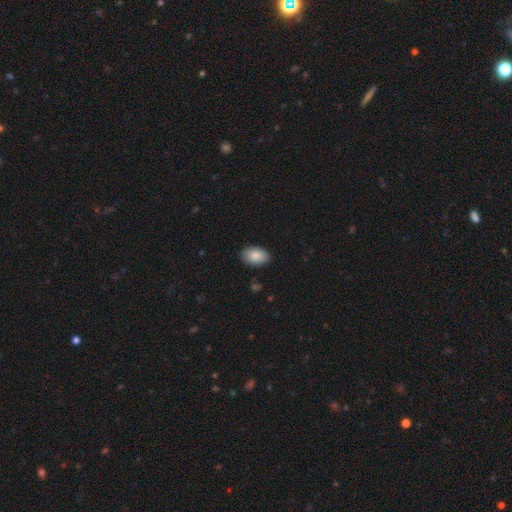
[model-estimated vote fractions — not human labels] smooth_or_featured: smooth (p=0.87) [alt: star or artifact p=0.07]
how_rounded: in between (p=0.91) [alt: round p=0.08]
merging: none (p=0.87) [alt: minor disturbance p=0.10]